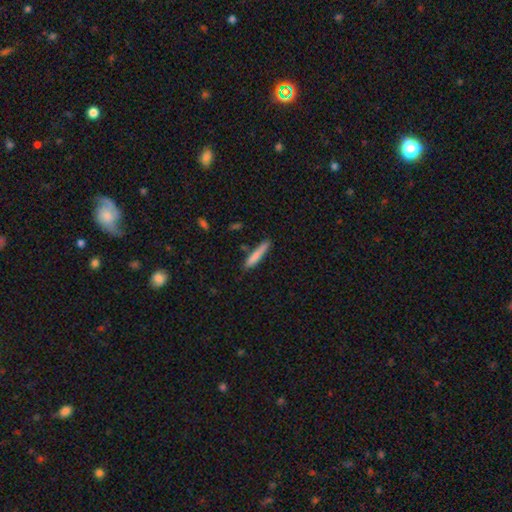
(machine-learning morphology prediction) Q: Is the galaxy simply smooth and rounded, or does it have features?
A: smooth — 80%.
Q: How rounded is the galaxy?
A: cigar-shaped — 91%.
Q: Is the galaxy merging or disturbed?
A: none — 78%.